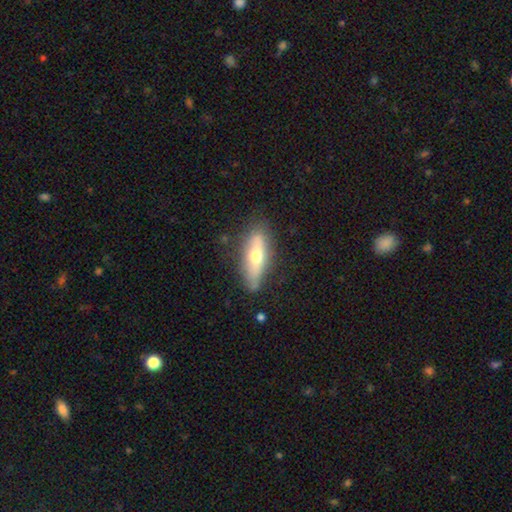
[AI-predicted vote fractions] Smooth or featured?
  - smooth: 48% *
  - featured or disk: 46%
  - star or artifact: 6%
Merging?
  - none: 74% *
  - minor disturbance: 18%
  - major disturbance: 4%
  - merger: 3%